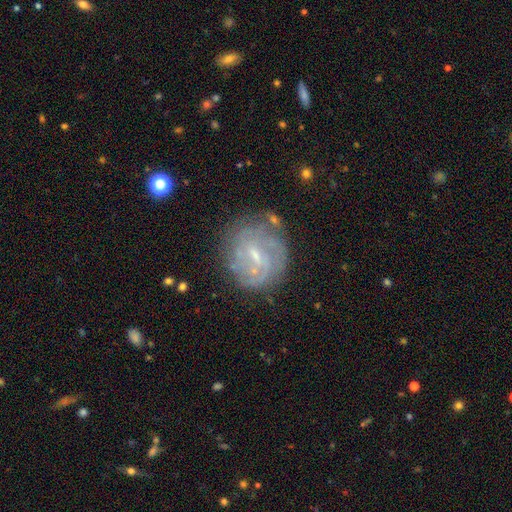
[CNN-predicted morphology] smooth-or-featured: featured or disk: 73% | smooth: 19% | star or artifact: 9%
  disk-edge-on: no: 97% | yes: 3%
    bar: weak: 60% | no: 24% | strong: 16%
    has-spiral-arms: yes: 80% | no: 20%
      spiral-winding: tight: 61% | medium: 29% | loose: 11%
      spiral-arm-count: can't tell: 51% | 2: 20% | 3: 13% | 4: 8% | 1: 5% | more than 4: 4%
    bulge-size: small: 64% | moderate: 24% | none: 10% | large: 1% | dominant: 1%
  merging: none: 70% | minor disturbance: 18% | major disturbance: 9% | merger: 4%